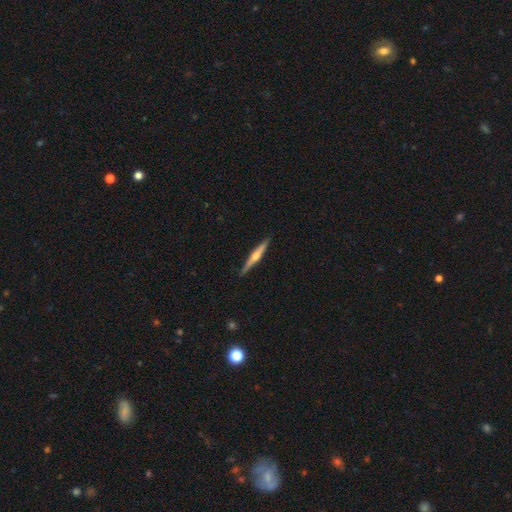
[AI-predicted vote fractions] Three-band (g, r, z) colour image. It shows a featured or disk galaxy (68%) viewed edge-on (98%) with a rounded central bulge (88%). Merging: none (90%).